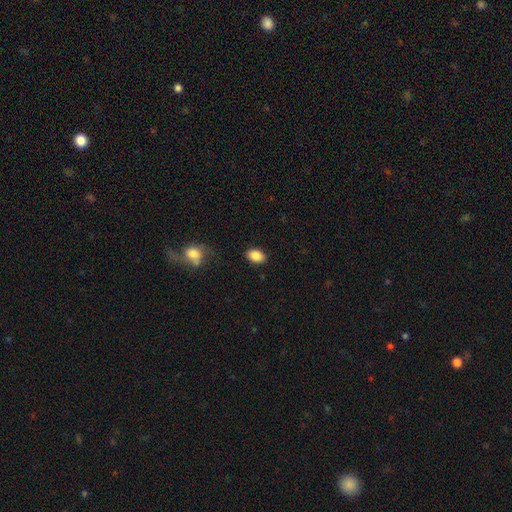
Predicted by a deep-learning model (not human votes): Smooth or featured? smooth (87%)
How rounded? in between (85%)
Merging? none (87%)